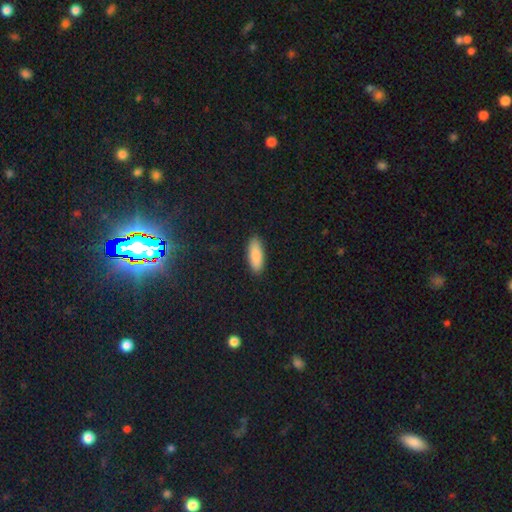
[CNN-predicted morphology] Smooth or featured?
  - smooth: 89% *
  - star or artifact: 6%
  - featured or disk: 5%
How rounded?
  - in between: 70% *
  - cigar-shaped: 28%
  - round: 2%
Merging?
  - none: 90% *
  - minor disturbance: 7%
  - major disturbance: 2%
  - merger: 1%